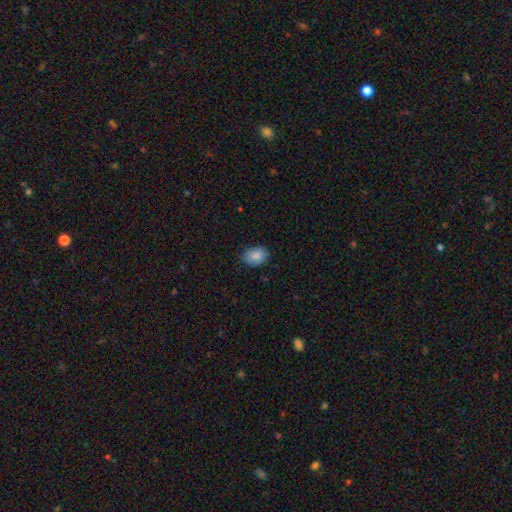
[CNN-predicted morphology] smooth-or-featured: smooth: 88% | star or artifact: 7% | featured or disk: 5%
  how-rounded: in between: 78% | round: 21% | cigar-shaped: 1%
  merging: none: 83% | minor disturbance: 13% | major disturbance: 3% | merger: 1%